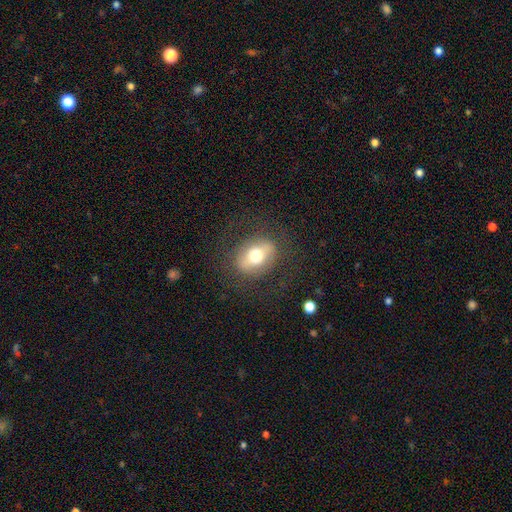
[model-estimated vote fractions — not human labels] Smooth or featured? Predicted: smooth (p=0.54). How rounded? Predicted: in between (p=0.56). Merging? Predicted: none (p=0.80).